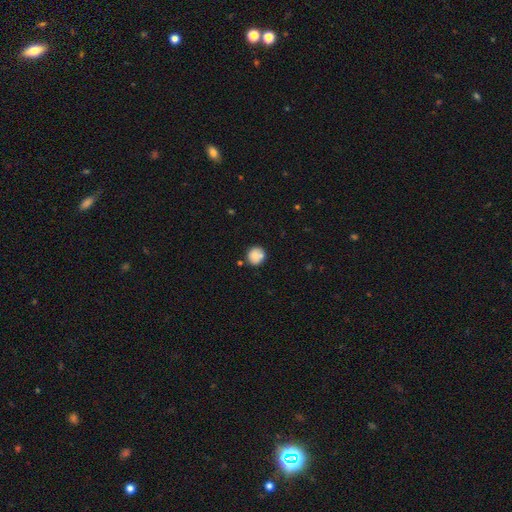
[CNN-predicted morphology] This is likely a smooth galaxy (79%). How rounded: clearly round (87%). Merging: likely none (71%).